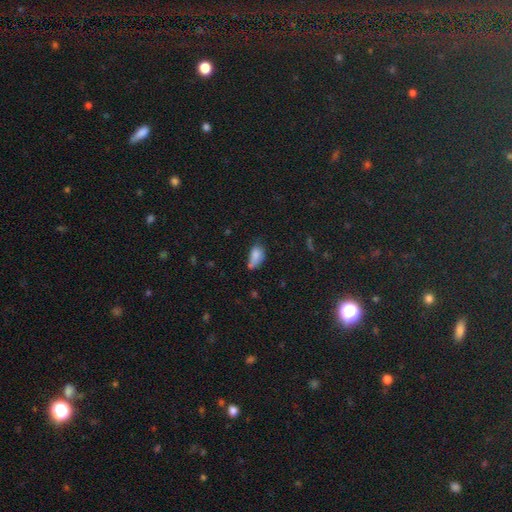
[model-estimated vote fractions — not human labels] Smooth or featured?
  - smooth: 78% *
  - featured or disk: 11%
  - star or artifact: 11%
How rounded?
  - in between: 88% *
  - round: 8%
  - cigar-shaped: 4%
Merging?
  - minor disturbance: 36% *
  - none: 34%
  - major disturbance: 16%
  - merger: 14%